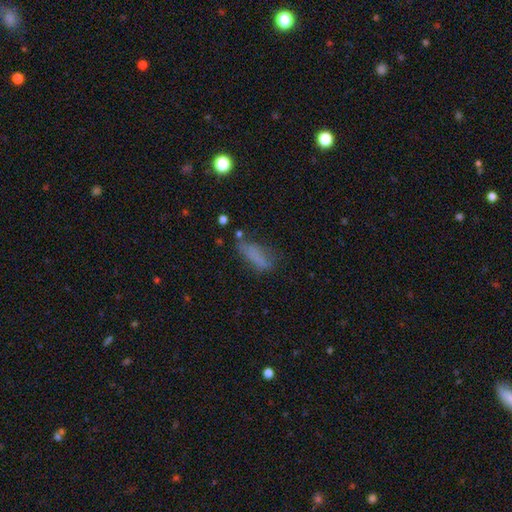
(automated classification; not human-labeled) smooth_or_featured: smooth (p=0.67) [alt: featured or disk p=0.18]
how_rounded: in between (p=0.53) [alt: cigar-shaped p=0.44]
merging: none (p=0.49) [alt: minor disturbance p=0.27]